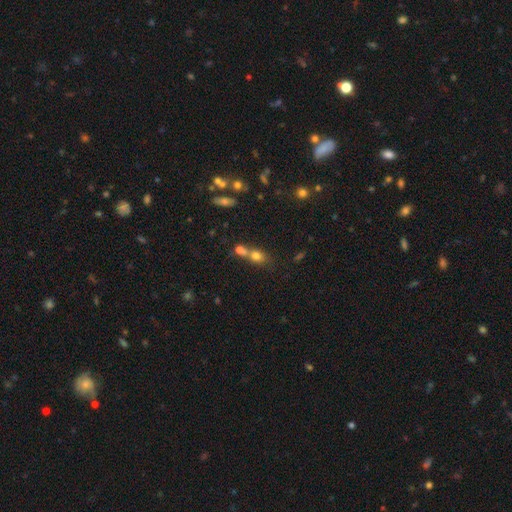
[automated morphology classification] Q: Smooth or featured?
A: smooth (73%); runner-up: featured or disk (14%)
Q: How rounded?
A: round (49%); runner-up: in between (47%)
Q: Merging?
A: merger (62%); runner-up: none (27%)